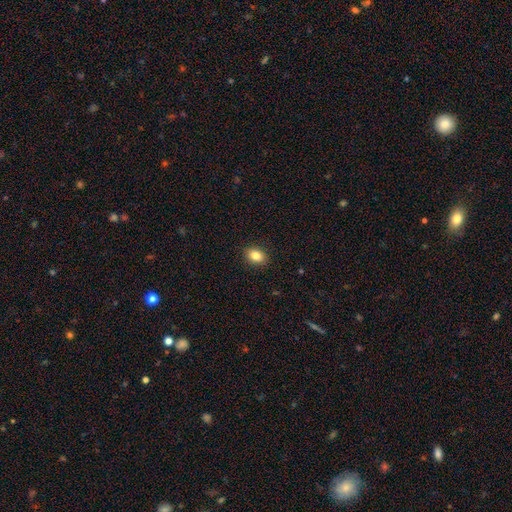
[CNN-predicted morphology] type=smooth (84%); roundness=in between (74%); merging=none (90%).